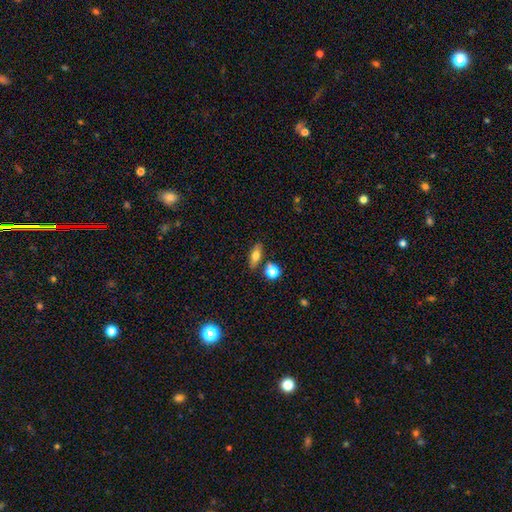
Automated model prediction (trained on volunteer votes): Morphology: type=smooth (70%); roundness=in between (71%); merging=none (77%).